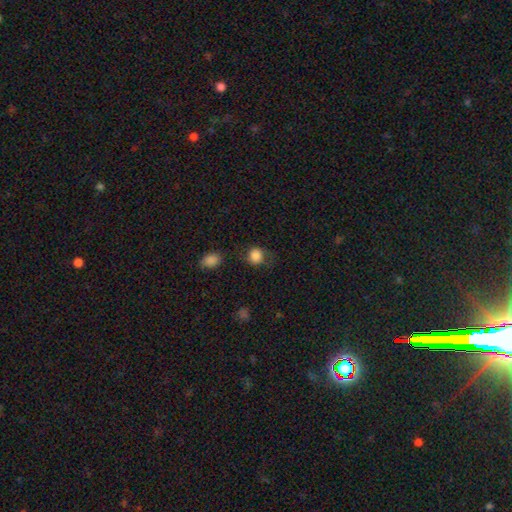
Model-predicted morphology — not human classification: type=smooth (85%); roundness=round (80%); merging=none (67%).